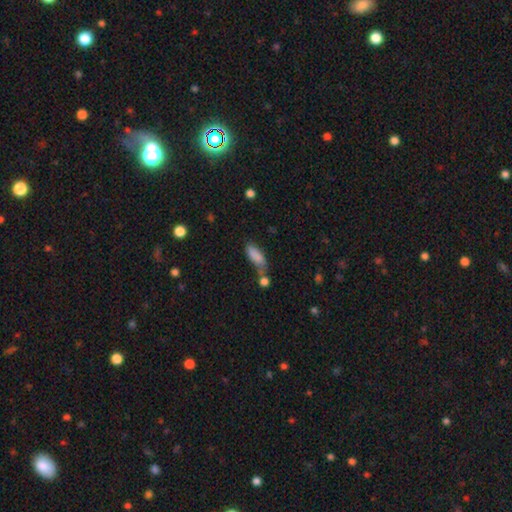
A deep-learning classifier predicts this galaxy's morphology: smooth_or_featured: smooth (p=0.84) [alt: star or artifact p=0.08]
how_rounded: in between (p=0.72) [alt: cigar-shaped p=0.25]
merging: none (p=0.47) [alt: minor disturbance p=0.23]